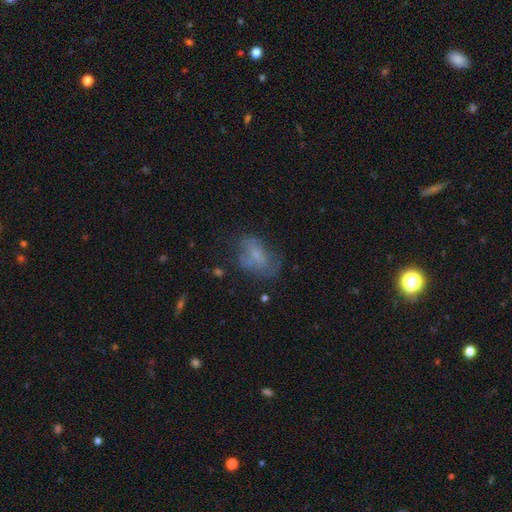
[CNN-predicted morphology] Smooth or featured? smooth (55%)
How rounded? in between (83%)
Merging? none (45%)